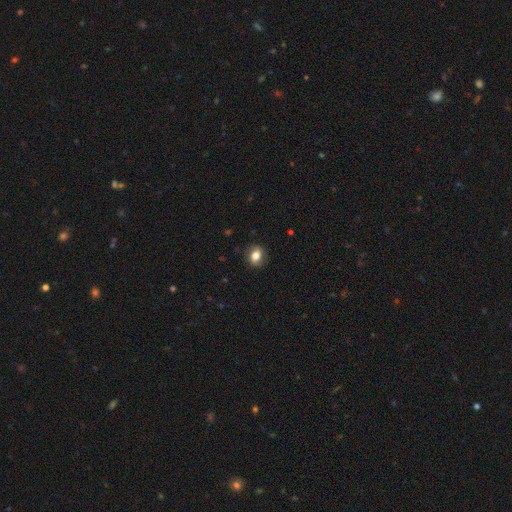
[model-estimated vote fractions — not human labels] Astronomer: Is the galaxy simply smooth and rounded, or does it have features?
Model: smooth — 81%.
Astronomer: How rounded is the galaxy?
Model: in between — 50% (runner-up: round, 49%).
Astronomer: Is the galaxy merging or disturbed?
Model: none — 87%.